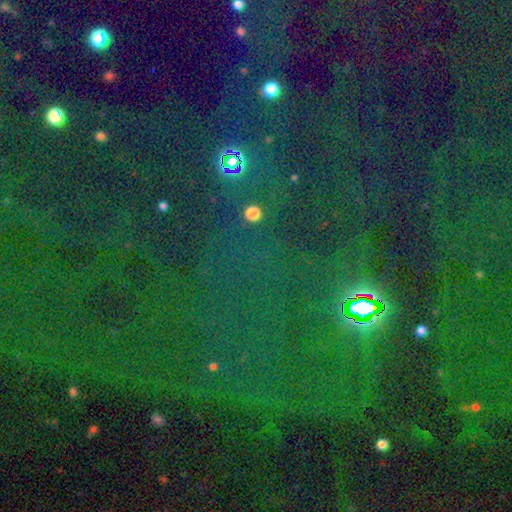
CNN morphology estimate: This appears to be a star or artifact, not a galaxy (81%).